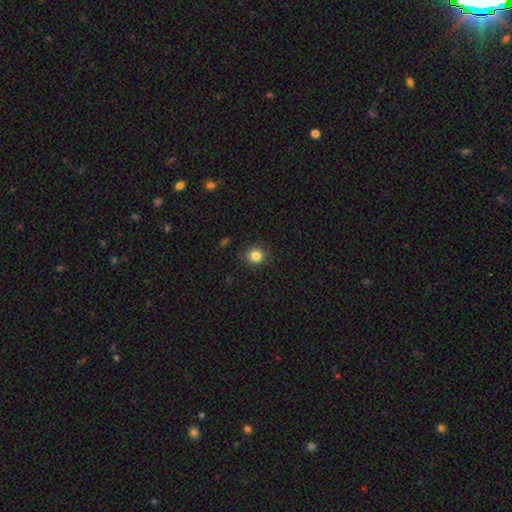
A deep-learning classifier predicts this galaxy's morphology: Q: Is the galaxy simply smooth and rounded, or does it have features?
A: smooth — 84%.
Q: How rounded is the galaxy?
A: round — 86%.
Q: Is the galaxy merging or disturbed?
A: none — 89%.